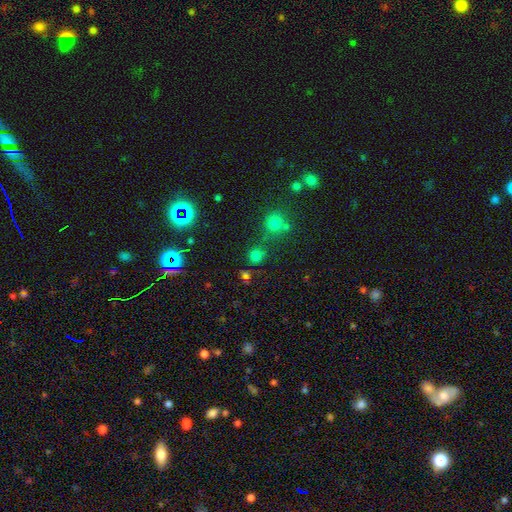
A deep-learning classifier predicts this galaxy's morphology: The model was most divided on "smooth or featured": smooth: 71%, star or artifact: 24%, featured or disk: 6%. More confident: how rounded — round (87%); merging — none (74%).